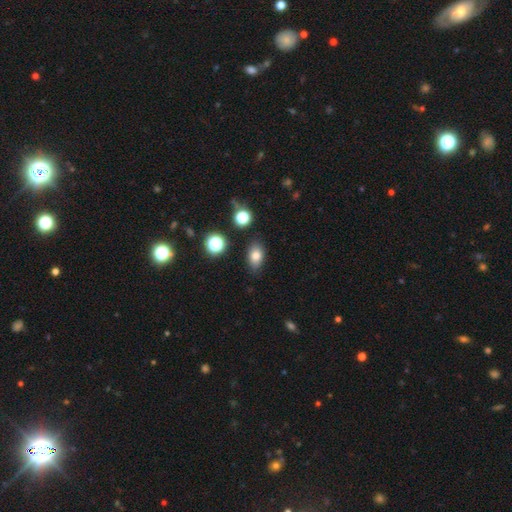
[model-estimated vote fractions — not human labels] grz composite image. It shows a smooth galaxy with no disk features (78%) that is in between round and cigar-shaped (83%). Merging: none (83%).